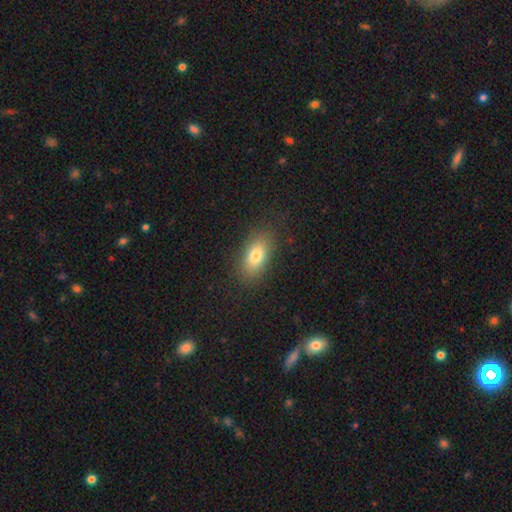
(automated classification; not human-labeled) Smooth or featured? Predicted: smooth (p=0.79). How rounded? Predicted: in between (p=0.87). Merging? Predicted: none (p=0.84).